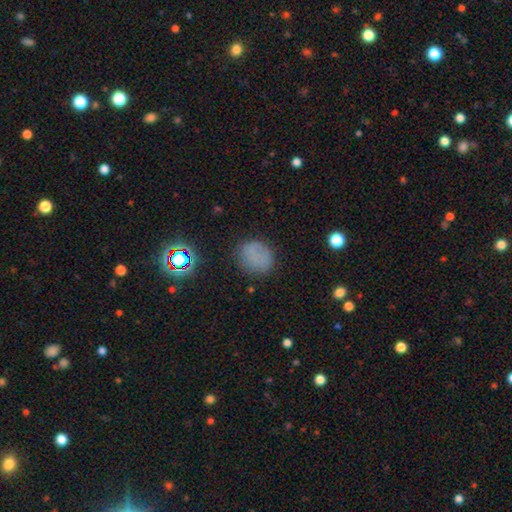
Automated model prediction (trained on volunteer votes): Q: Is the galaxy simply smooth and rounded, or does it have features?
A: smooth — 69%.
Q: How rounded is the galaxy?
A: round — 76%.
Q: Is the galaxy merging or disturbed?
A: none — 76%.